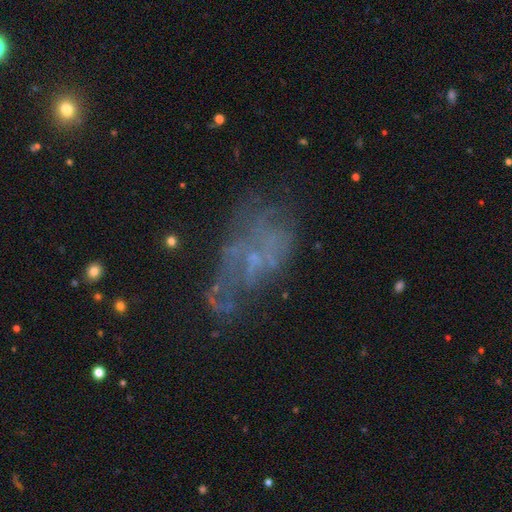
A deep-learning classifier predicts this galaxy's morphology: The model was most divided on "merging": none: 40%, major disturbance: 32%, minor disturbance: 21%, merger: 7%. More confident: edge-on disk — no (96%); bar — no (86%); spiral arms — no (74%); bulge size — none (58%); smooth or featured — featured or disk (57%).